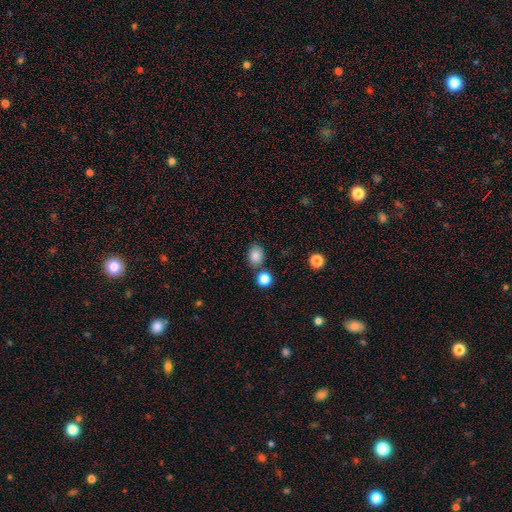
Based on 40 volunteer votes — smooth-or-featured: smooth: 90% | star or artifact: 10% | featured or disk: 0%
  how-rounded: round: 64% | in between: 36% | cigar-shaped: 0%
  merging: none: 81% | minor disturbance: 11% | merger: 8% | major disturbance: 0%